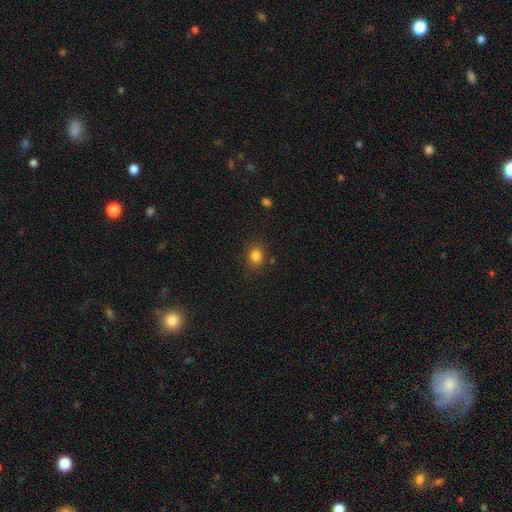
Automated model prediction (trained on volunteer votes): Q: Smooth or featured?
A: smooth (82%); runner-up: star or artifact (12%)
Q: How rounded?
A: round (64%); runner-up: in between (35%)
Q: Merging?
A: none (85%); runner-up: minor disturbance (10%)